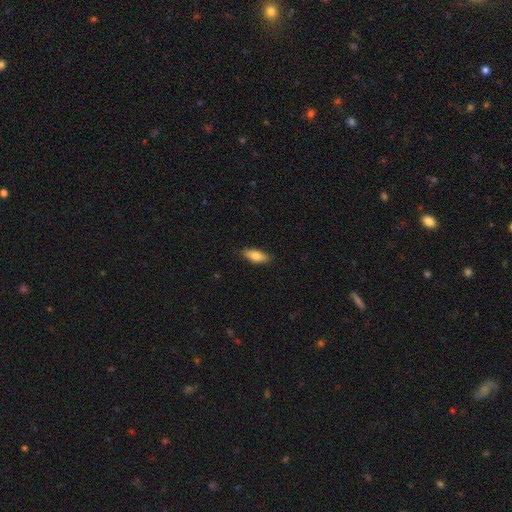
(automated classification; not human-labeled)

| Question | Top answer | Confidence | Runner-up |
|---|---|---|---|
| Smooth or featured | smooth | 77% | featured or disk (17%) |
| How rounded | in between | 71% | cigar-shaped (27%) |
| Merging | none | 86% | minor disturbance (11%) |